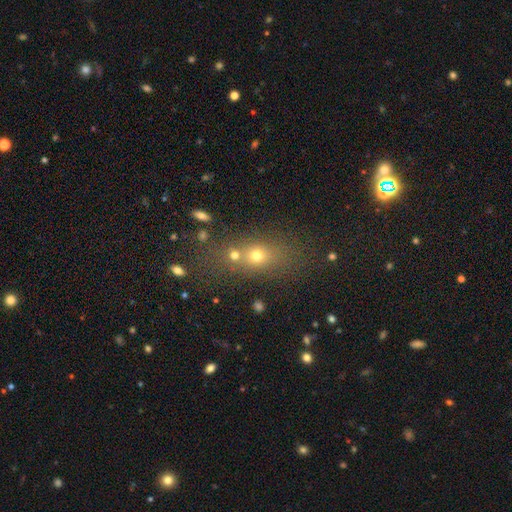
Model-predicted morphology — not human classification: smooth_or_featured: smooth (p=0.55) [alt: star or artifact p=0.28]
how_rounded: round (p=0.45) [alt: in between p=0.44]
merging: none (p=0.55) [alt: merger p=0.30]